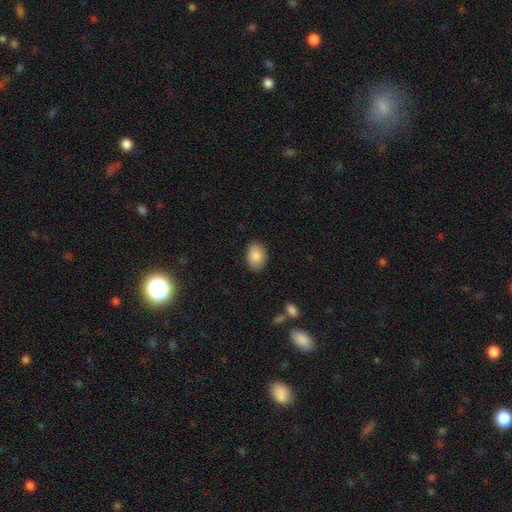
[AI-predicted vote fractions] A smooth galaxy with no disk features (88%) that is in between round and cigar-shaped (81%).

Vote fractions:
- Smooth or featured? smooth: 88% / star or artifact: 7% / featured or disk: 5%
- How rounded? in between: 81% / round: 18% / cigar-shaped: 1%
- Merging? none: 87% / minor disturbance: 10% / major disturbance: 2% / merger: 1%